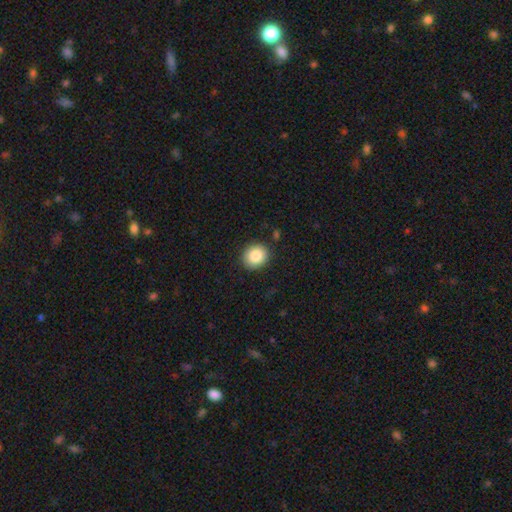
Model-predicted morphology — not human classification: The model was most divided on "how rounded": round: 73%, in between: 26%, cigar-shaped: 1%. More confident: merging — none (89%); smooth or featured — smooth (86%).